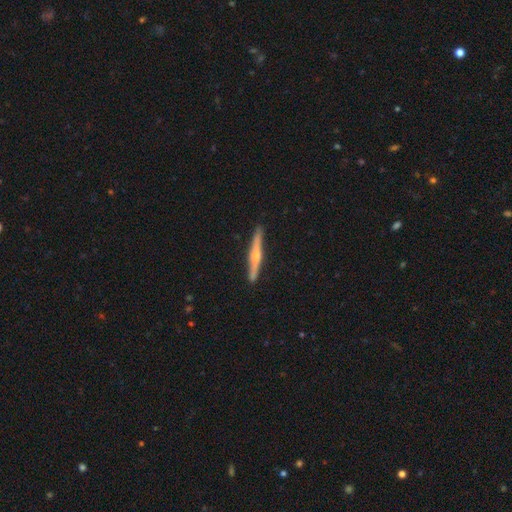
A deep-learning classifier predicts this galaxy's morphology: Smooth or featured: featured or disk — 73% (smooth — 22%)
Edge-on disk: yes — 98% (no — 2%)
Edge-on bulge: rounded — 87% (none — 8%)
Merging: none — 90% (minor disturbance — 7%)